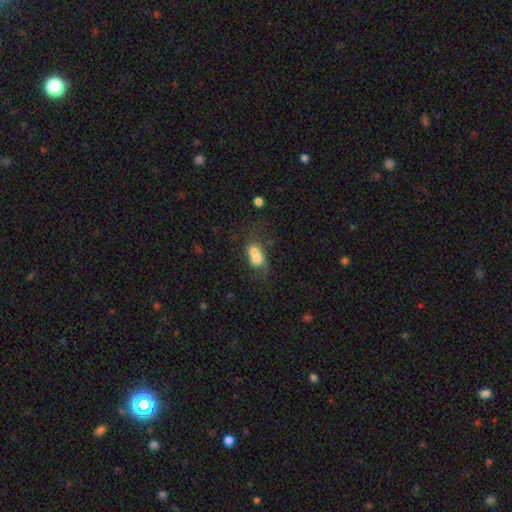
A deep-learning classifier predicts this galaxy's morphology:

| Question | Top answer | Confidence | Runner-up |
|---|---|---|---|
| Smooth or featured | smooth | 66% | featured or disk (23%) |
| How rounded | round | 49% | tied: in between (49%) |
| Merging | merger | 65% | none (19%) |